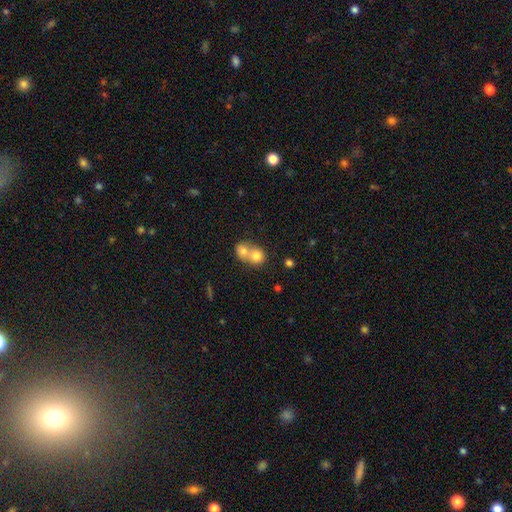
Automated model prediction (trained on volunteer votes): Morphology: type=smooth (76%); roundness=round (73%); merging=merger (71%).